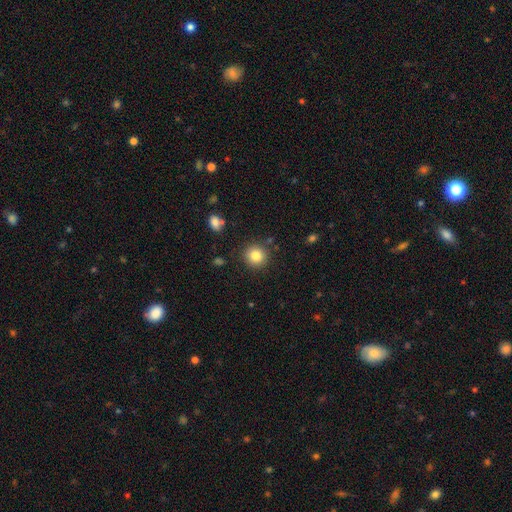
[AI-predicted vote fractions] A smooth galaxy with no disk features (82%) that is round (92%).

Vote fractions:
- Smooth or featured? smooth: 82% / star or artifact: 11% / featured or disk: 7%
- How rounded? round: 92% / in between: 7% / cigar-shaped: 1%
- Merging? none: 87% / minor disturbance: 7% / merger: 3% / major disturbance: 3%